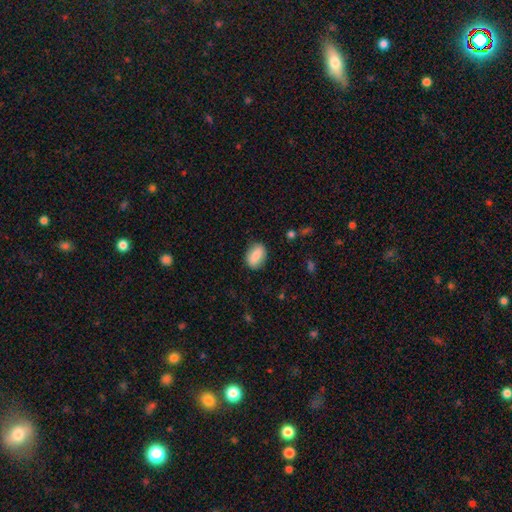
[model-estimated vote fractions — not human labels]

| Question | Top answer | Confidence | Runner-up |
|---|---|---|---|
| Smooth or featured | smooth | 82% | featured or disk (11%) |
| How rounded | in between | 82% | round (16%) |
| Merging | none | 84% | minor disturbance (12%) |